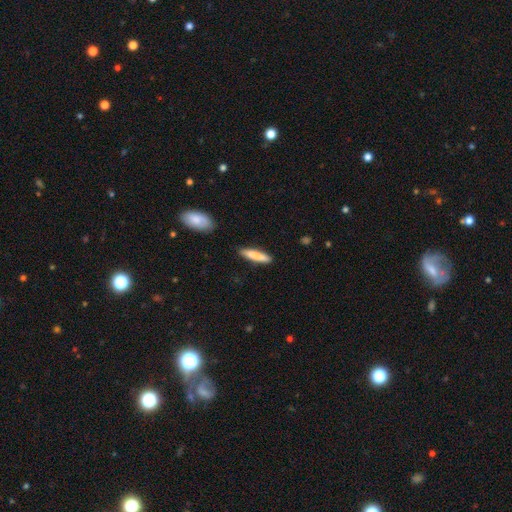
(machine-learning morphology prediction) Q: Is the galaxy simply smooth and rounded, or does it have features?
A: smooth — 83%.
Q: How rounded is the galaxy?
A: cigar-shaped — 86%.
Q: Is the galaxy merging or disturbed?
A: none — 89%.